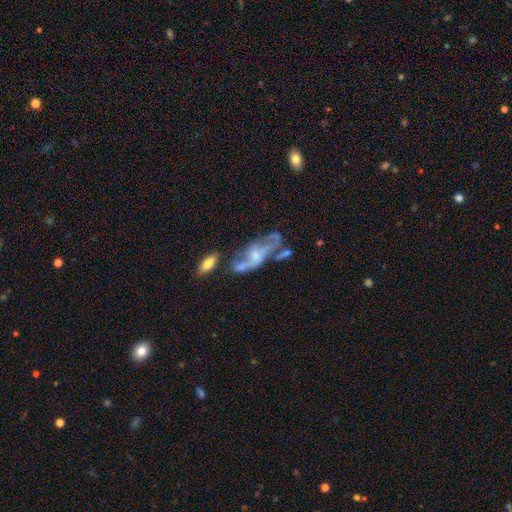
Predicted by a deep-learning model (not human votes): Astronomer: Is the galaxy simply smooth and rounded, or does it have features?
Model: featured or disk — 68%.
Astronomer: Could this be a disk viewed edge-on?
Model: no — 87%.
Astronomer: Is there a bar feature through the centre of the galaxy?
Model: no — 65%.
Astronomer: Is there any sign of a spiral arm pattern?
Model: yes — 58% (runner-up: no, 42%).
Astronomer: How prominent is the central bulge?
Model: small — 49% (runner-up: moderate, 32%).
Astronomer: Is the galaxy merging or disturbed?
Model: none — 28%, tied with major disturbance at 28%.